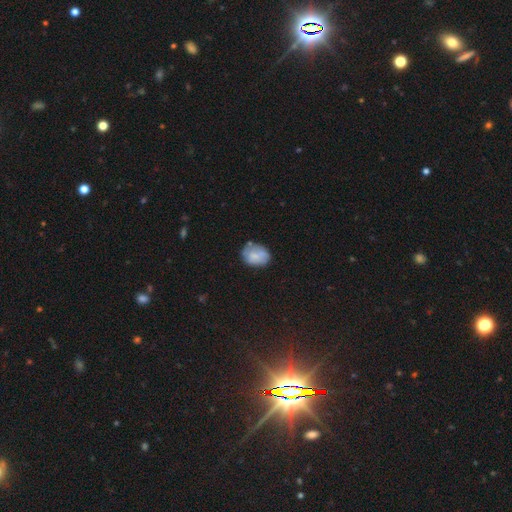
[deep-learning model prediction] A smooth galaxy with no disk features (69%) that is in between round and cigar-shaped (63%).

Vote fractions:
- Smooth or featured? smooth: 69% / featured or disk: 23% / star or artifact: 8%
- How rounded? in between: 63% / round: 36% / cigar-shaped: 1%
- Merging? none: 61% / minor disturbance: 27% / major disturbance: 8% / merger: 4%